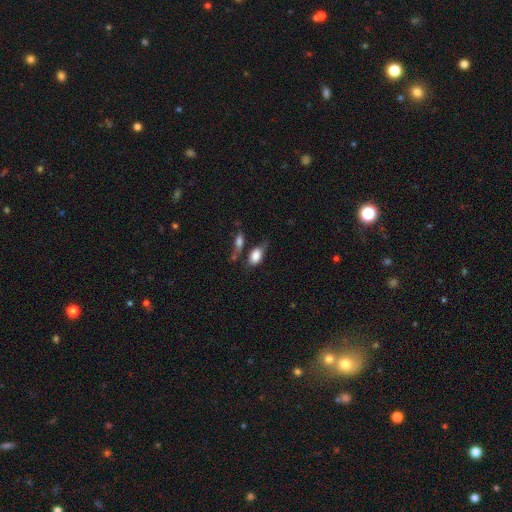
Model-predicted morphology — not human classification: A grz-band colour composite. It shows a smooth galaxy with no disk features (81%) that is in between round and cigar-shaped (86%). Merging: none (46%).